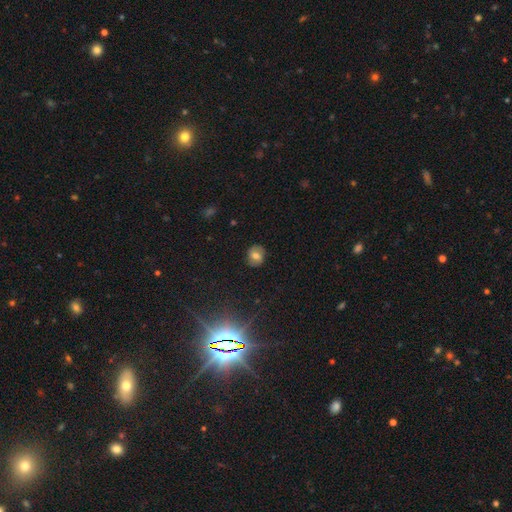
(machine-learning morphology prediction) Overall: smooth (63%; featured or disk 24%). How rounded: round (68%; in between 31%). Merging: none (84%).